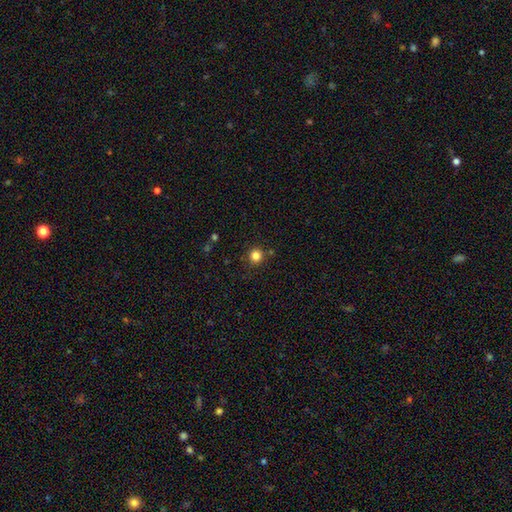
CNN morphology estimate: This appears to be a smooth galaxy with no disk features (82%) that is round (94%). Merging: none (86%).